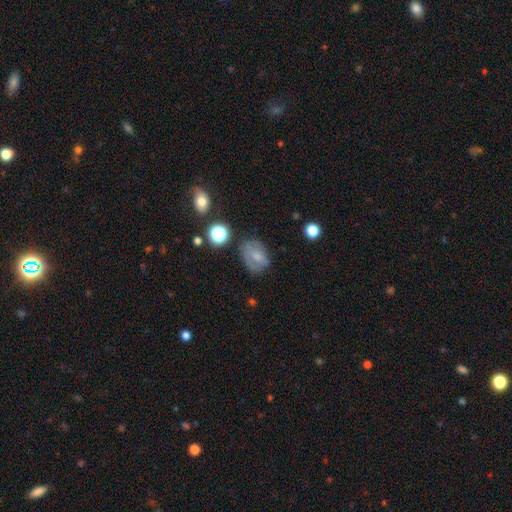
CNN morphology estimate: smooth-or-featured: smooth: 55% | featured or disk: 33% | star or artifact: 12%
  how-rounded: in between: 71% | round: 28% | cigar-shaped: 1%
  merging: none: 59% | minor disturbance: 26% | major disturbance: 12% | merger: 3%